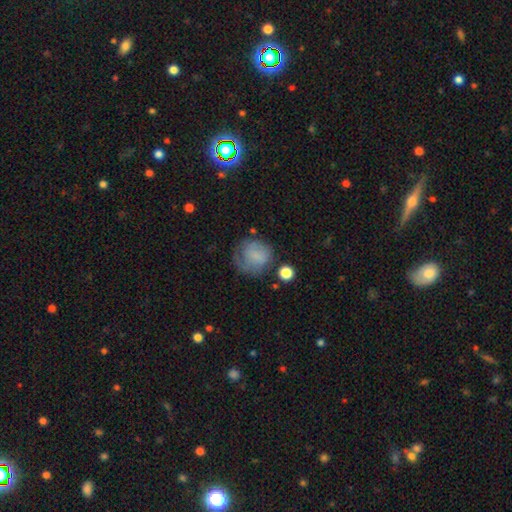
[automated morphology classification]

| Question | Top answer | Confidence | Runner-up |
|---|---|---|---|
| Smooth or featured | smooth | 67% | featured or disk (24%) |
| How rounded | round | 79% | in between (20%) |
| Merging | none | 49% | minor disturbance (26%) |